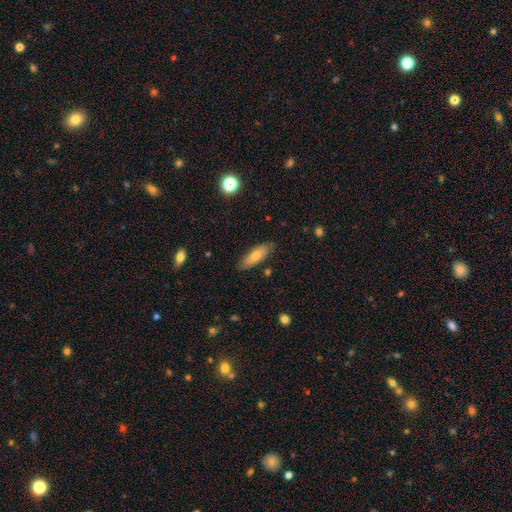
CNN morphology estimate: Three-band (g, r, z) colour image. It shows a smooth galaxy with no disk features (71%) that is in between round and cigar-shaped (60%). Merging: none (83%).